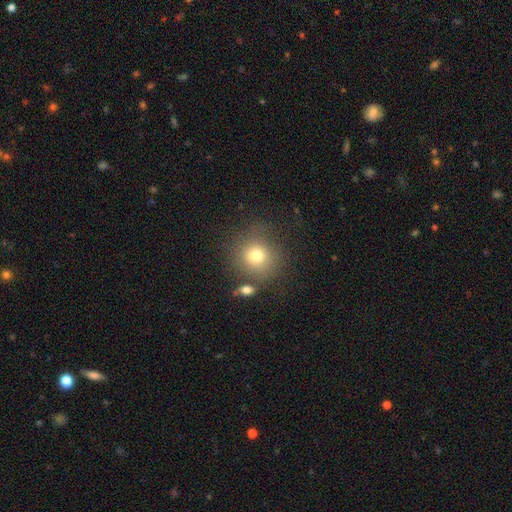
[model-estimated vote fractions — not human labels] Smooth or featured? Predicted: smooth (p=0.74). How rounded? Predicted: round (p=0.89). Merging? Predicted: none (p=0.71).